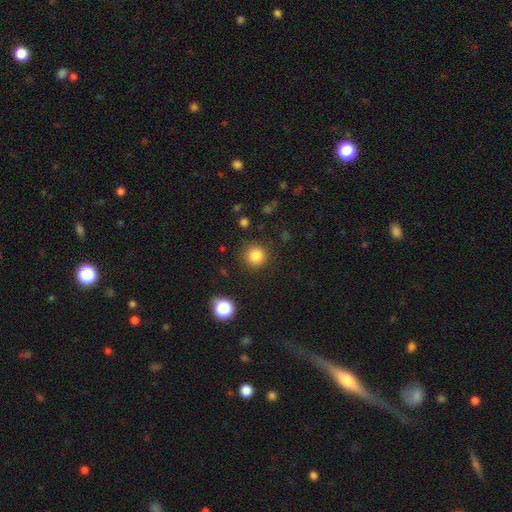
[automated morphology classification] type=smooth (83%); roundness=round (95%); merging=none (89%).